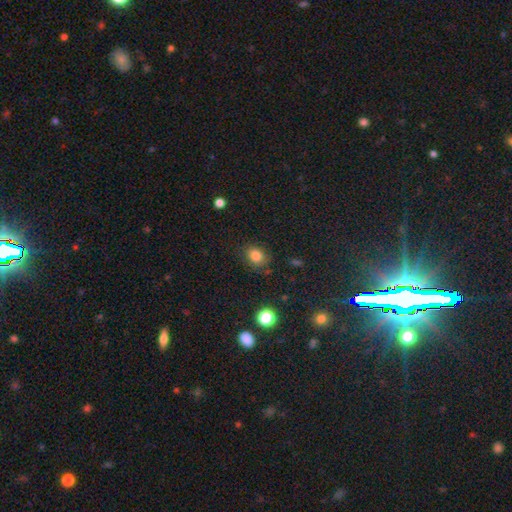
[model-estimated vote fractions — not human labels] A smooth galaxy with no disk features (79%) that is round (52%). Merging: none (76%).